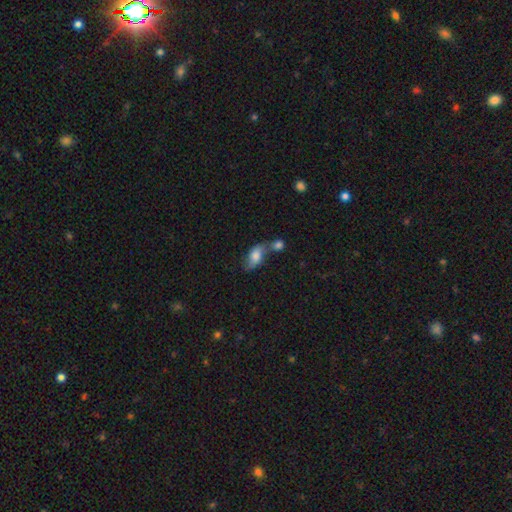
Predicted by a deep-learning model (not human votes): Overall: smooth (59%; featured or disk 31%). How rounded: in between (86%). Merging: merger (44%; none 32%).